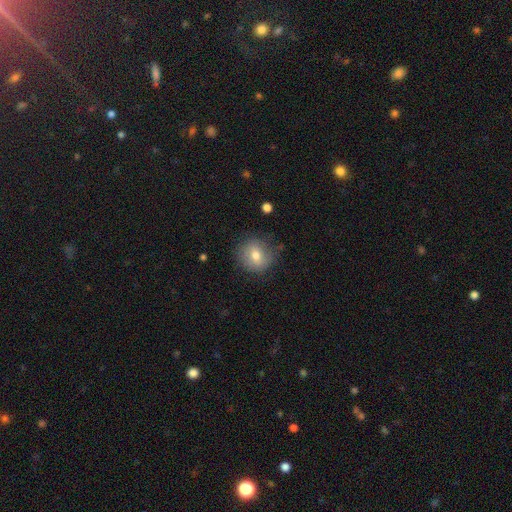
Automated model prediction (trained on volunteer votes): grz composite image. It shows a smooth galaxy with no disk features (73%) that is round (85%). Merging: none (78%).